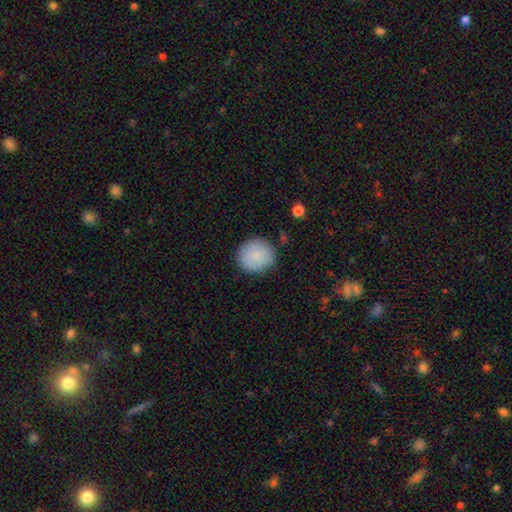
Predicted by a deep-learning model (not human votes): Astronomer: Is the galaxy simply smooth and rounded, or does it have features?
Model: smooth — 86%.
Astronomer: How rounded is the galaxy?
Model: round — 88%.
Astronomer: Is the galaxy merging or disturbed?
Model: none — 84%.